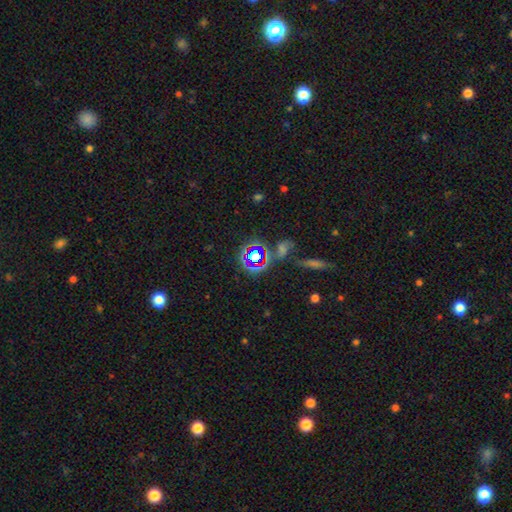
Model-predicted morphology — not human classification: star or artifact 61%, smooth 26%, featured or disk 13%.